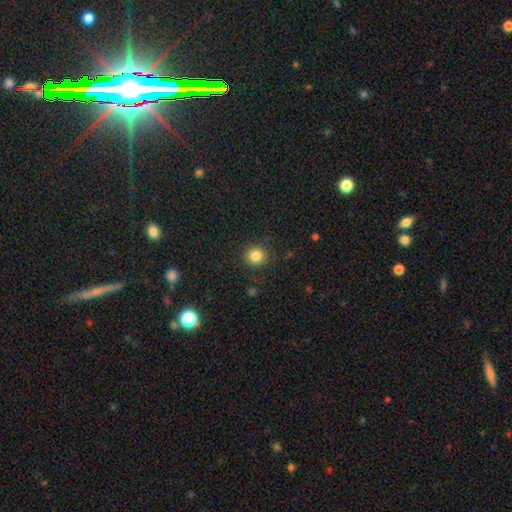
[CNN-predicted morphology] smooth-or-featured: smooth: 83% | star or artifact: 12% | featured or disk: 5%
  how-rounded: round: 92% | in between: 7% | cigar-shaped: 1%
  merging: none: 88% | minor disturbance: 8% | major disturbance: 3% | merger: 1%